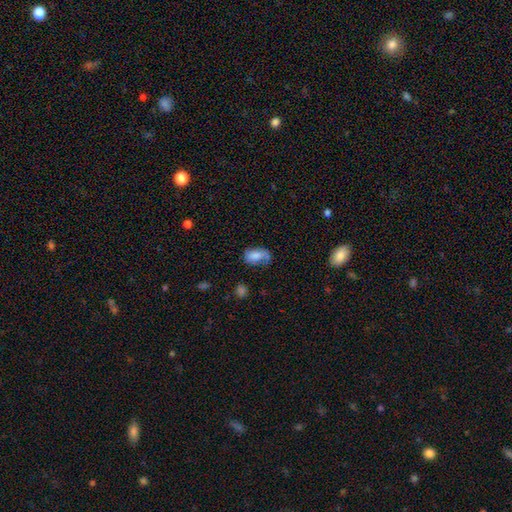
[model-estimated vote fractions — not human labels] This is likely a smooth galaxy (62%). How rounded: clearly in between (88%). Merging: possibly none (46%).